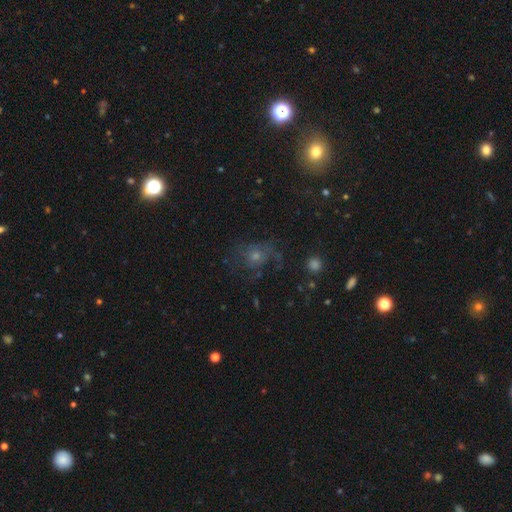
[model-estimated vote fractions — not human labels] Q: Smooth or featured?
A: featured or disk (47%); runner-up: smooth (29%)
Q: Merging?
A: none (57%); runner-up: major disturbance (22%)